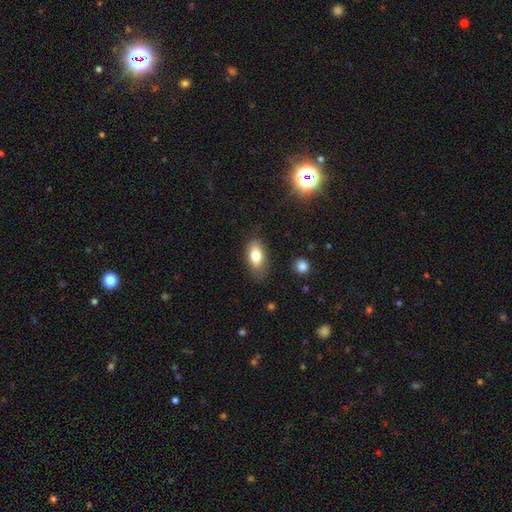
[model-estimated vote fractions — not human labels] This is likely a smooth galaxy (77%). How rounded: clearly in between (88%). Merging: likely none (79%).